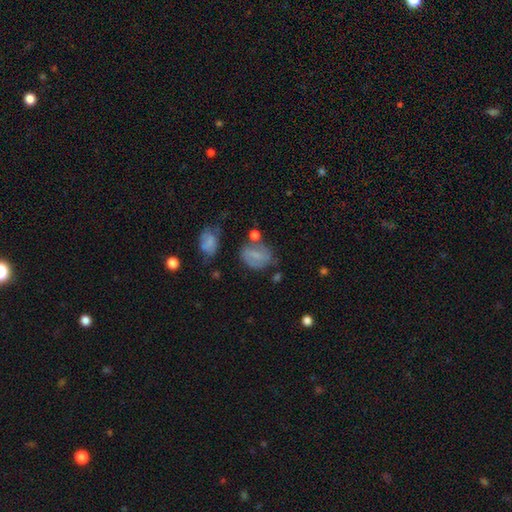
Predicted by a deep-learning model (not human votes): Smooth or featured?
  - smooth: 64% *
  - featured or disk: 25%
  - star or artifact: 11%
How rounded?
  - in between: 57% *
  - round: 41%
  - cigar-shaped: 2%
Merging?
  - none: 52% *
  - minor disturbance: 24%
  - major disturbance: 13%
  - merger: 11%